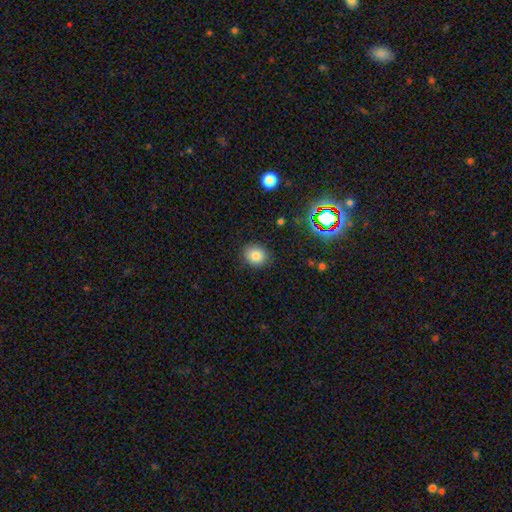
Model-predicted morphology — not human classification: type=smooth (81%); roundness=round (70%); merging=none (88%).